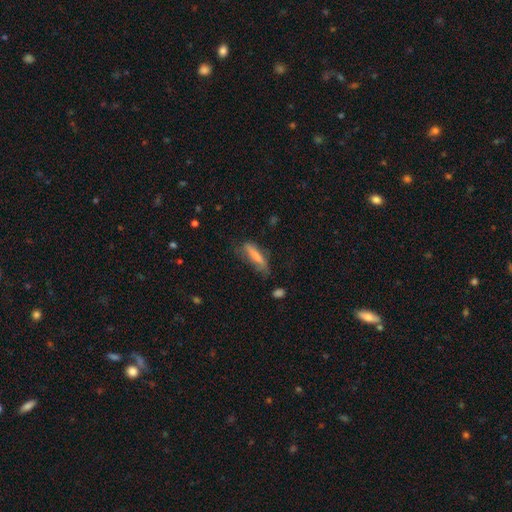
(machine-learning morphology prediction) This appears to be a smooth galaxy with no disk features (68%) that is cigar-shaped (72%). Merging: none (52%).